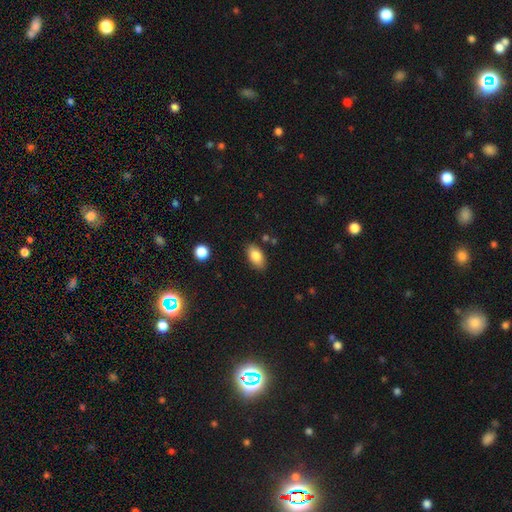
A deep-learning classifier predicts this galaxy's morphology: smooth 83%, featured or disk 10%, star or artifact 8%. Down the decision tree: how rounded — in between (92%); merging — none (85%).